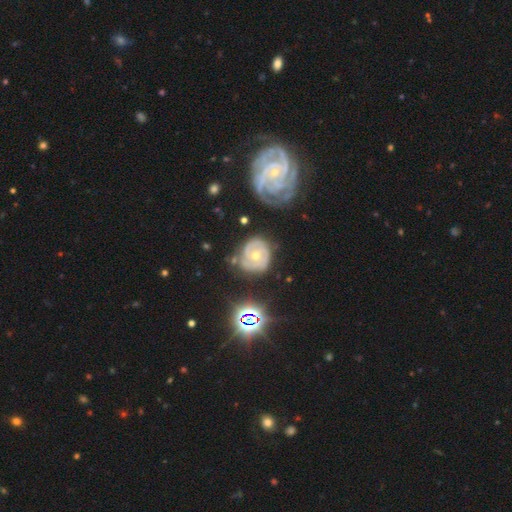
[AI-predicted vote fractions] A featured or disk galaxy (71%) with no bar (73%), tight (73%) spiral arms (91%) and a small central bulge (58%).

Vote fractions:
- Smooth or featured? featured or disk: 71% / smooth: 17% / star or artifact: 12%
- Edge-on disk? no: 96% / yes: 4%
- Bar? no: 73% / weak: 18% / strong: 8%
- Spiral arms? yes: 91% / no: 9%
- Spiral winding? tight: 73% / medium: 22% / loose: 5%
- Spiral arm count? can't tell: 28% / 3: 27% / 2: 24% / 4: 9% / 1: 6% / more than 4: 5%
- Bulge size? small: 58% / moderate: 38% / large: 2% / none: 1% / dominant: 1%
- Merging? none: 69% / minor disturbance: 17% / major disturbance: 9% / merger: 5%